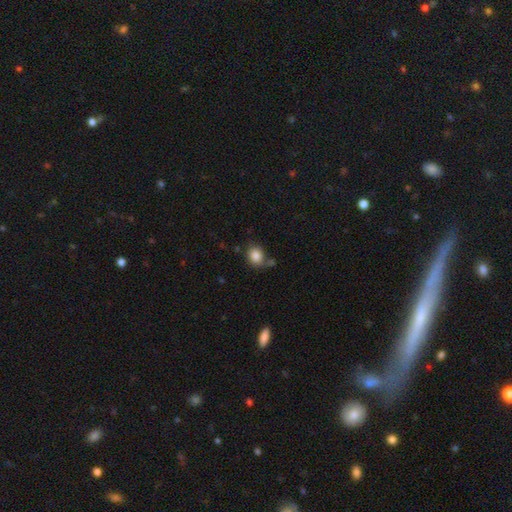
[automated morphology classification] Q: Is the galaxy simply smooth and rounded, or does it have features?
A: smooth — 85%.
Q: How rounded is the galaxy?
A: round — 59%.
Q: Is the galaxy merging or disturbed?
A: none — 72%.